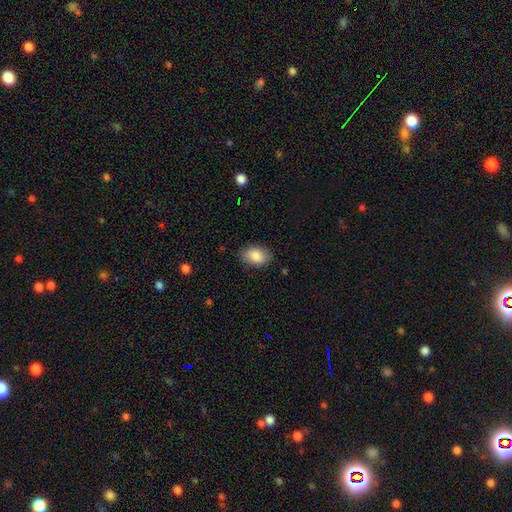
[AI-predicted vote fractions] Smooth or featured: smooth — 86% (featured or disk — 8%)
How rounded: in between — 87% (round — 12%)
Merging: none — 84% (minor disturbance — 12%)